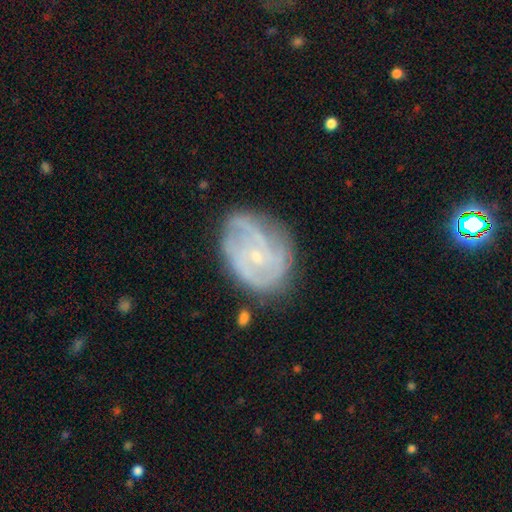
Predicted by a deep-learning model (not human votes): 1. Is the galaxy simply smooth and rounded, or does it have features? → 79% featured or disk, 15% smooth, 7% star or artifact.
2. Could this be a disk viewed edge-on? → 97% no, 3% yes.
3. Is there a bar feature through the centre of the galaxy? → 68% no, 27% weak, 5% strong.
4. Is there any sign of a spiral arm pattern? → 89% yes, 11% no.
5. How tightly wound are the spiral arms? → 54% tight, 35% medium, 11% loose.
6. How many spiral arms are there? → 35% can't tell, 24% 3, 23% 2, 9% 4, 5% 1, 5% more than 4.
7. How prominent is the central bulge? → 78% small, 19% moderate, 2% none, 1% large, 1% dominant.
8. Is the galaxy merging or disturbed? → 63% none, 25% minor disturbance, 10% major disturbance, 2% merger.